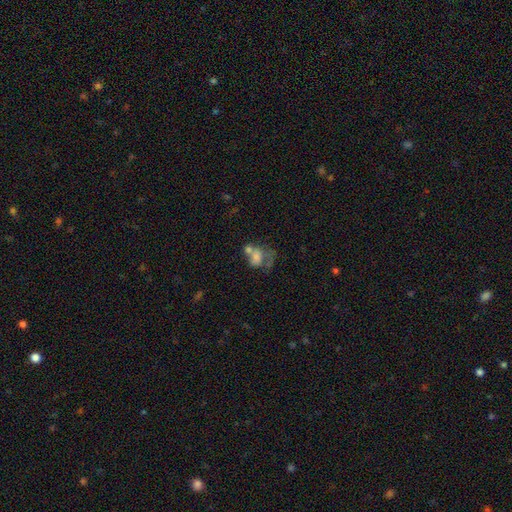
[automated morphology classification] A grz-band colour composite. It shows a smooth galaxy with no disk features (55%) that is in between round and cigar-shaped (59%). Merging: merger (46%).